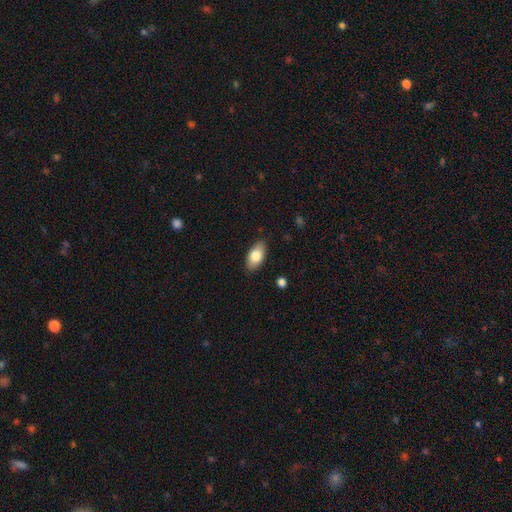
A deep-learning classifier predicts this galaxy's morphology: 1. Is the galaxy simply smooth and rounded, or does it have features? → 81% smooth, 13% featured or disk, 6% star or artifact.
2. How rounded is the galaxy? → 92% in between, 4% cigar-shaped, 3% round.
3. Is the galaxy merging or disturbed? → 86% none, 11% minor disturbance, 2% major disturbance, 1% merger.